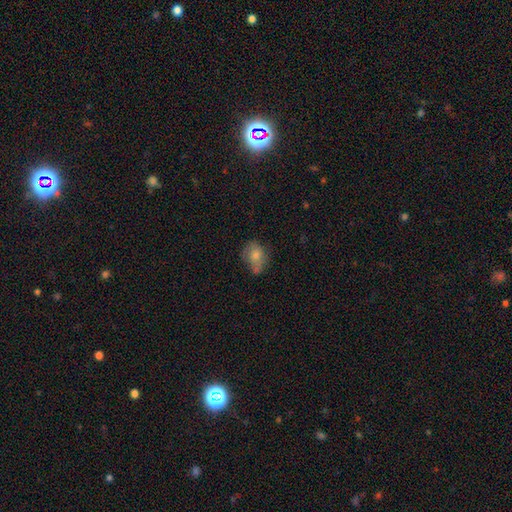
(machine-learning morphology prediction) This appears to be a smooth galaxy with no disk features (71%) that is in between round and cigar-shaped (62%). Merging: none (45%).